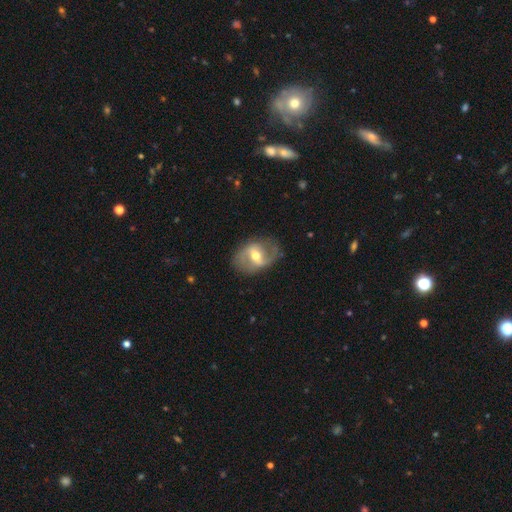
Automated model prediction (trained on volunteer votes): Q: Smooth or featured?
A: featured or disk (76%); runner-up: smooth (17%)
Q: Edge-on disk?
A: no (95%); runner-up: yes (5%)
Q: Bar?
A: weak (45%); runner-up: strong (39%)
Q: Spiral arms?
A: yes (78%); runner-up: no (22%)
Q: Spiral winding?
A: loose (45%); runner-up: medium (39%)
Q: Spiral arm count?
A: 2 (84%); runner-up: can't tell (8%)
Q: Bulge size?
A: moderate (71%); runner-up: small (20%)
Q: Merging?
A: none (76%); runner-up: minor disturbance (16%)